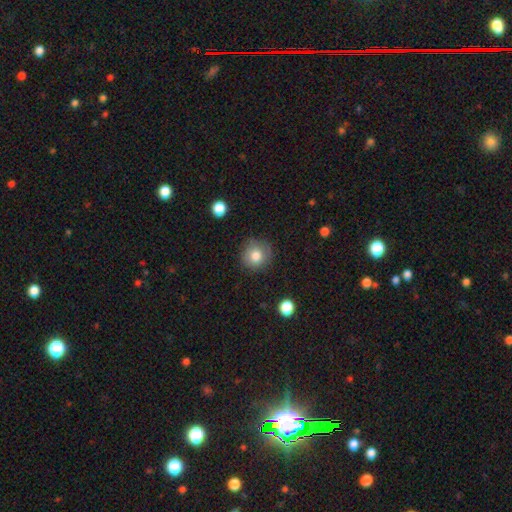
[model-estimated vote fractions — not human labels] Smooth or featured? smooth (80%)
How rounded? round (89%)
Merging? none (81%)